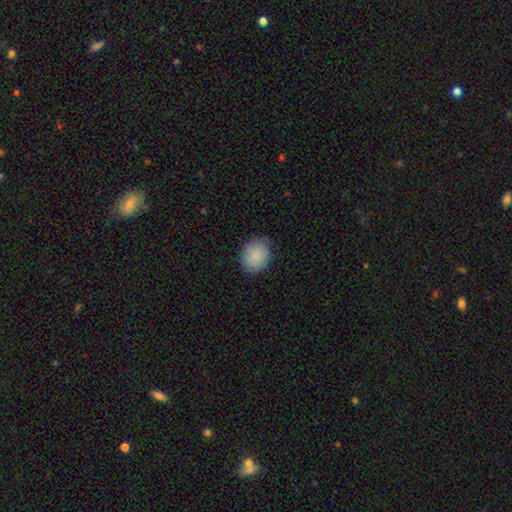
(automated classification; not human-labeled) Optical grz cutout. It shows a smooth galaxy with no disk features (87%) that is round (63%). Merging: none (80%).